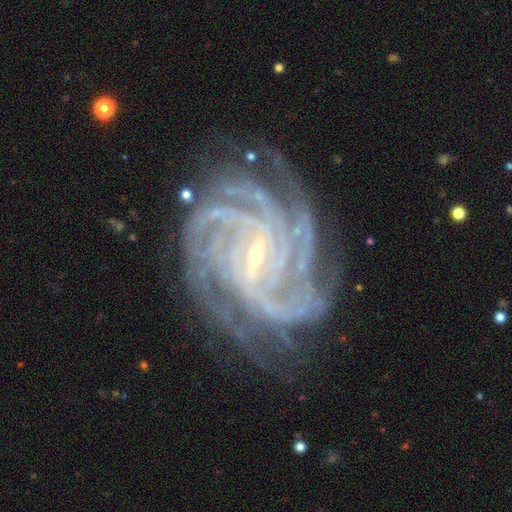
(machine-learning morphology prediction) A featured or disk galaxy (93%) with a weak bar (45%), 4 (35%) tight (72%) spiral arms (99%) and a small central bulge (81%). Merging: none (78%).